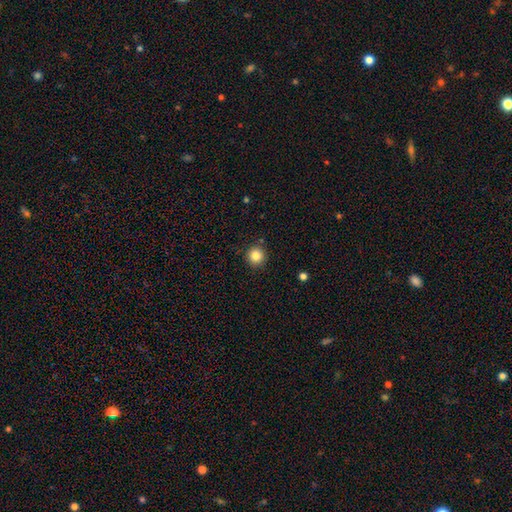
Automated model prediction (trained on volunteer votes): A smooth galaxy with no disk features (84%) that is round (95%).

Vote fractions:
- Smooth or featured? smooth: 84% / star or artifact: 11% / featured or disk: 5%
- How rounded? round: 95% / in between: 4% / cigar-shaped: 1%
- Merging? none: 90% / minor disturbance: 6% / merger: 2% / major disturbance: 2%